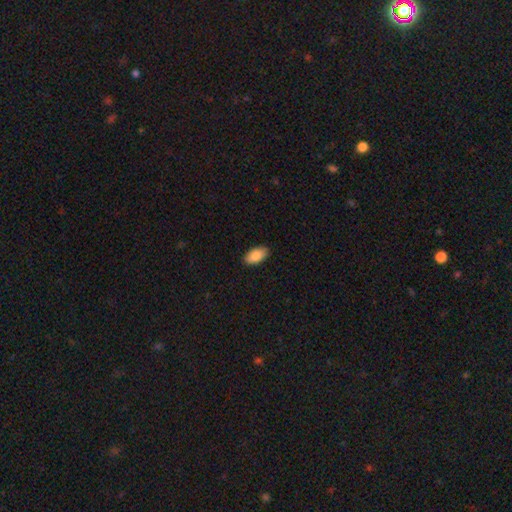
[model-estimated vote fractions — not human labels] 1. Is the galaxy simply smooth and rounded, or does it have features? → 88% smooth, 6% star or artifact, 5% featured or disk.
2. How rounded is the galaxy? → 95% in between, 3% cigar-shaped, 3% round.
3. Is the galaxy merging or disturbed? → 88% none, 9% minor disturbance, 2% major disturbance, 1% merger.